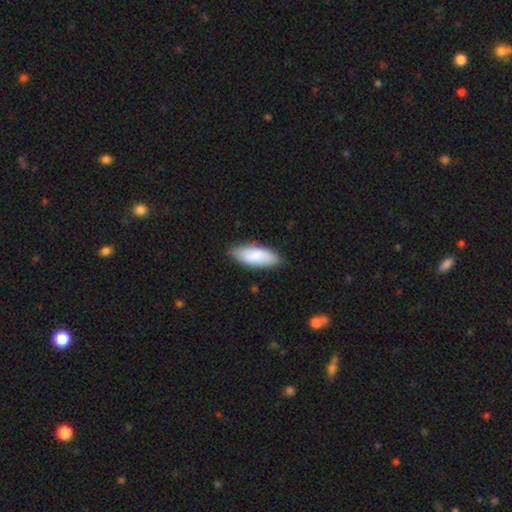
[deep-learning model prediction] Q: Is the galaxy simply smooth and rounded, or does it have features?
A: smooth — 81%.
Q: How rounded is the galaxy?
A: in between — 77%.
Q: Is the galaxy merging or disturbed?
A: none — 81%.